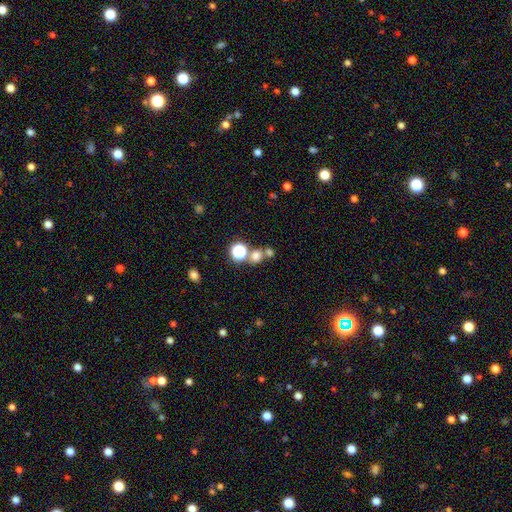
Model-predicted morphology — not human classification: A smooth galaxy with no disk features (66%) that is round (80%).

Vote fractions:
- Smooth or featured? smooth: 66% / star or artifact: 26% / featured or disk: 9%
- How rounded? round: 80% / in between: 19% / cigar-shaped: 1%
- Merging? none: 54% / merger: 34% / minor disturbance: 7% / major disturbance: 4%